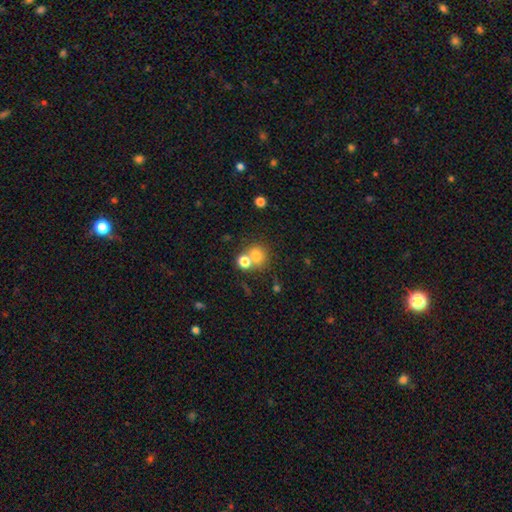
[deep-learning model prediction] Smooth or featured: smooth — 75% (star or artifact — 14%)
How rounded: round — 80% (in between — 19%)
Merging: none — 51% (merger — 35%)